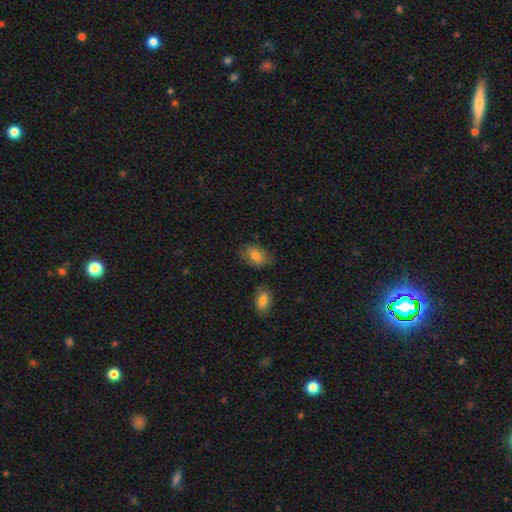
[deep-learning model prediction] Smooth or featured: smooth — 80% (featured or disk — 13%)
How rounded: in between — 87% (round — 12%)
Merging: none — 75% (minor disturbance — 17%)